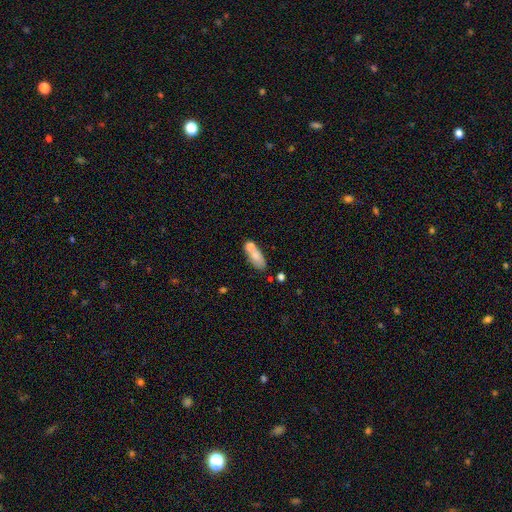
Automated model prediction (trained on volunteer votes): Q: Smooth or featured?
A: smooth (73%); runner-up: featured or disk (18%)
Q: How rounded?
A: in between (74%); runner-up: cigar-shaped (20%)
Q: Merging?
A: none (47%); runner-up: merger (30%)